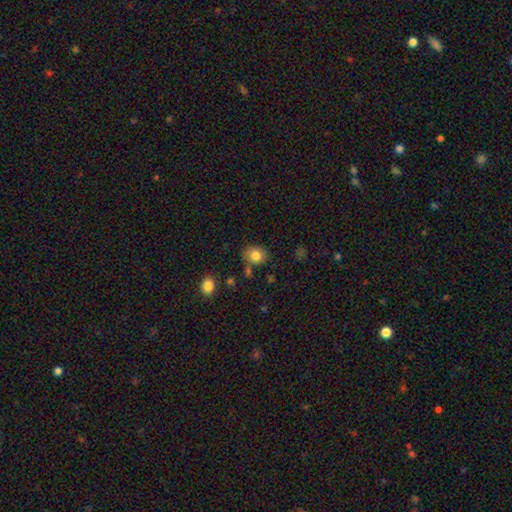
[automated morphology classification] A smooth galaxy with no disk features (82%) that is round (61%). Merging: none (74%).